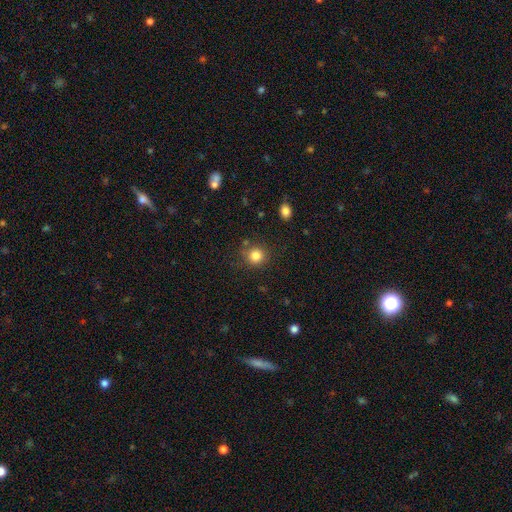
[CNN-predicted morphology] Q: Smooth or featured?
A: smooth (83%); runner-up: star or artifact (12%)
Q: How rounded?
A: round (91%); runner-up: in between (8%)
Q: Merging?
A: none (83%); runner-up: minor disturbance (10%)